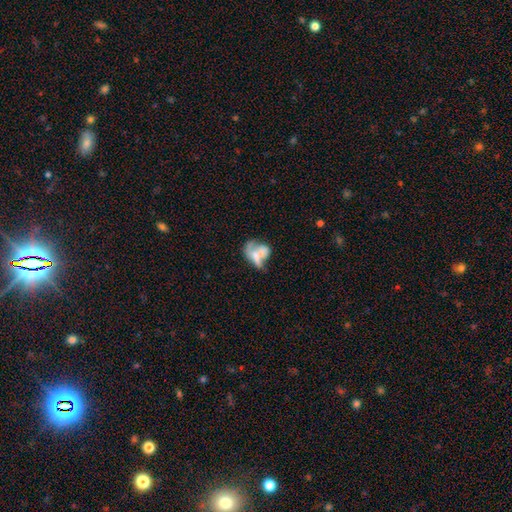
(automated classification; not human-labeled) Smooth or featured?
  - smooth: 50% *
  - featured or disk: 39%
  - star or artifact: 11%
Merging?
  - merger: 42% *
  - major disturbance: 23%
  - none: 22%
  - minor disturbance: 13%